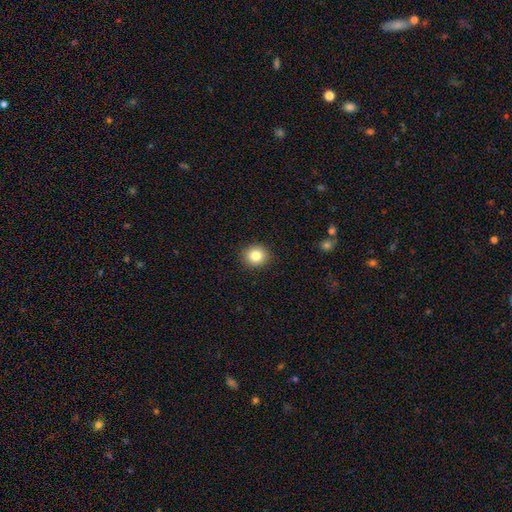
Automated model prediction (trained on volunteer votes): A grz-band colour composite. It shows a smooth galaxy with no disk features (83%) that is round (86%). Merging: none (91%).